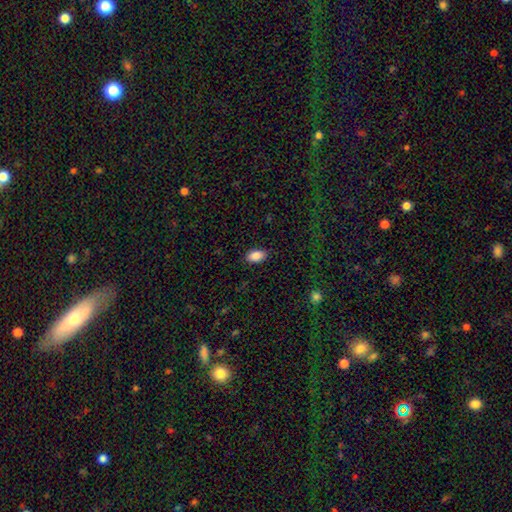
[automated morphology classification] The model was most divided on "merging": none: 87%, minor disturbance: 10%, major disturbance: 2%, merger: 1%. More confident: how rounded — in between (92%); smooth or featured — smooth (88%).